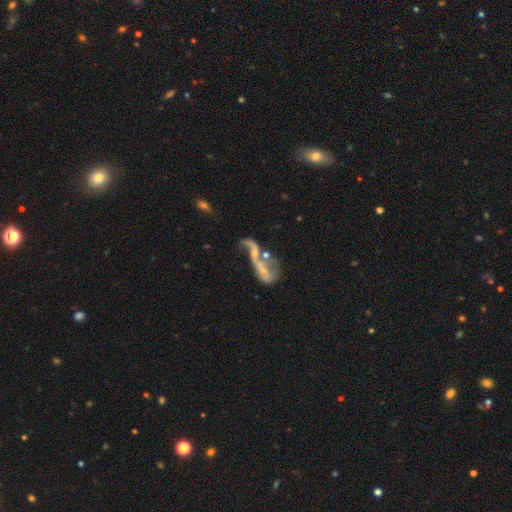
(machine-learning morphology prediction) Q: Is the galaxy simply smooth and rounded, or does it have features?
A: featured or disk — 68%.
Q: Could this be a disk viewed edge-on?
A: no — 91%.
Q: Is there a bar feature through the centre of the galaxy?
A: no — 63%.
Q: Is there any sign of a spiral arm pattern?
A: yes — 52%.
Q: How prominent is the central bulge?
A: small — 51%.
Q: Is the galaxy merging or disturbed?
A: merger — 50%.